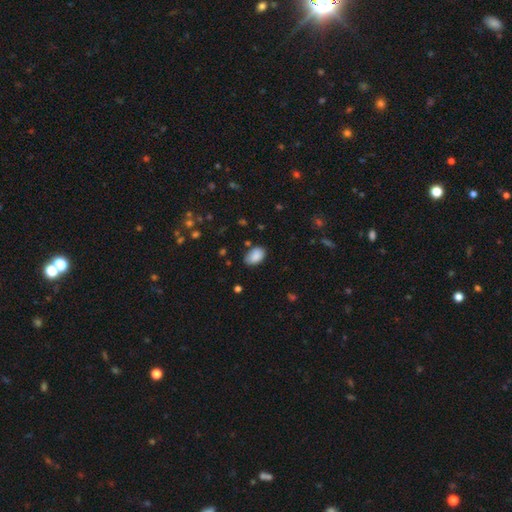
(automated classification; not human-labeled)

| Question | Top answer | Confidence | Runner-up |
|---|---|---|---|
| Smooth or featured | smooth | 87% | star or artifact (8%) |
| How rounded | in between | 89% | round (9%) |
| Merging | none | 72% | minor disturbance (21%) |